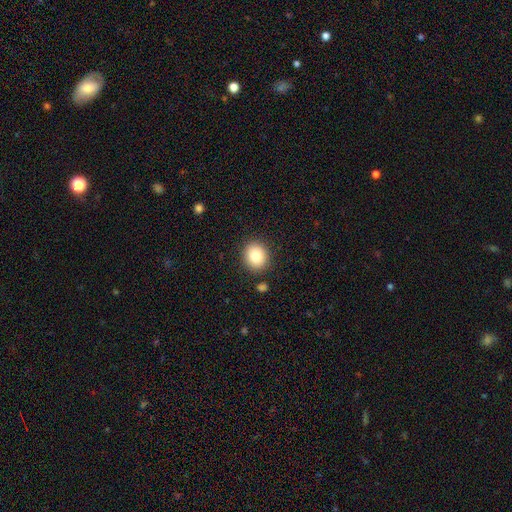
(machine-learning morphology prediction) Smooth or featured? Predicted: smooth (p=0.84). How rounded? Predicted: round (p=0.74). Merging? Predicted: none (p=0.88).